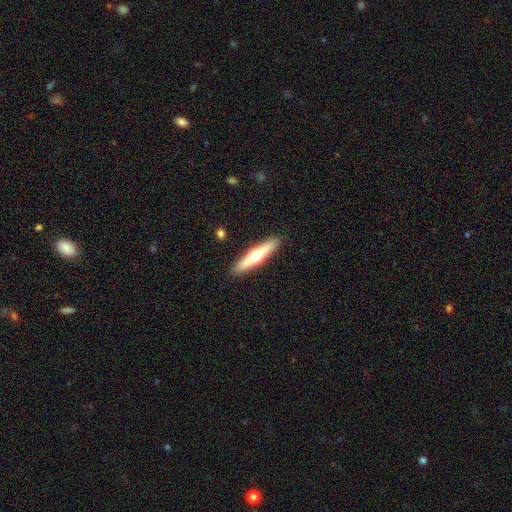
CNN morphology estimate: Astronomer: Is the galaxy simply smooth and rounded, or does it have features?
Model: featured or disk — 53% (runner-up: smooth, 42%).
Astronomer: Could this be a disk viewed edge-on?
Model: yes — 93%.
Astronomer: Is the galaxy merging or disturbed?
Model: none — 91%.